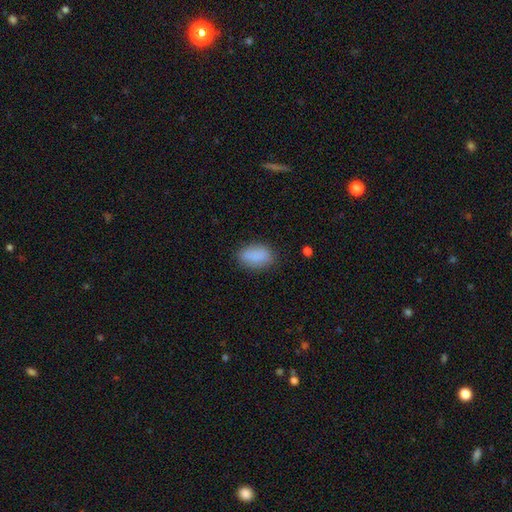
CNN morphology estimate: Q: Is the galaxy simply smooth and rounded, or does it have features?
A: smooth — 86%.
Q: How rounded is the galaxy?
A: in between — 90%.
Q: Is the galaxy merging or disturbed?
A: none — 79%.